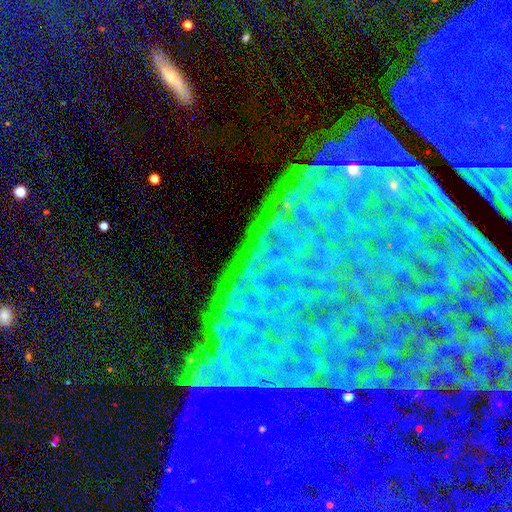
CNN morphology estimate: Smooth or featured?
  - star or artifact: 82% *
  - featured or disk: 10%
  - smooth: 8%